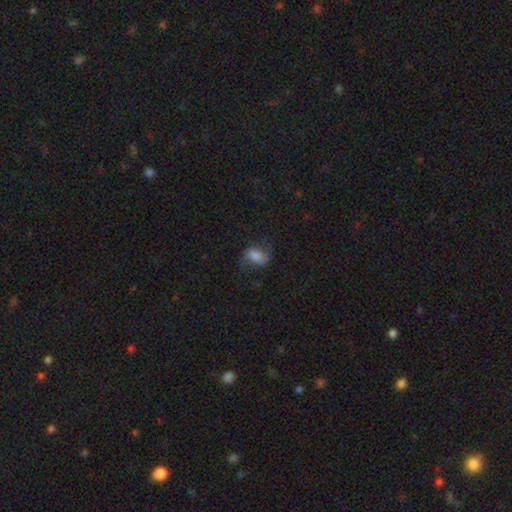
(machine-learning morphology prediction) Smooth or featured: smooth — 56% (featured or disk — 33%)
How rounded: in between — 74% (round — 24%)
Merging: none — 62% (minor disturbance — 22%)